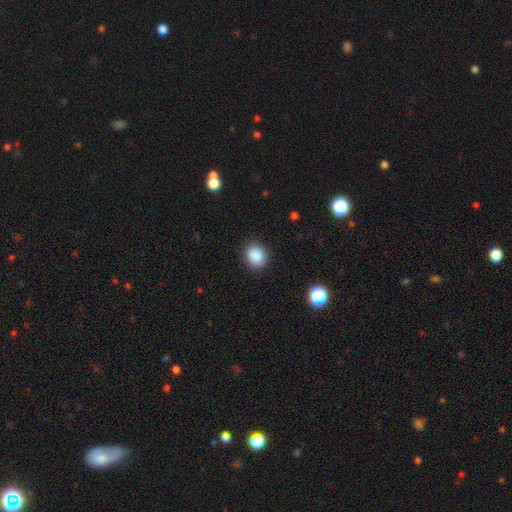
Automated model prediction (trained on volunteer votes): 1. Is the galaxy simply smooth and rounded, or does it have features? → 88% smooth, 9% star or artifact, 3% featured or disk.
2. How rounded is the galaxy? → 66% round, 33% in between, 1% cigar-shaped.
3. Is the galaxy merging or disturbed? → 88% none, 8% minor disturbance, 3% major disturbance, 1% merger.